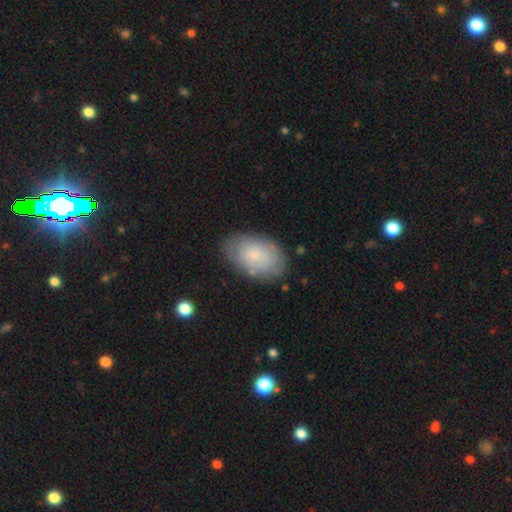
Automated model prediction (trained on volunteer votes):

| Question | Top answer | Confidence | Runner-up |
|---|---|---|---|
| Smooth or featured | smooth | 71% | featured or disk (22%) |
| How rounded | in between | 92% | round (7%) |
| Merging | none | 77% | minor disturbance (17%) |